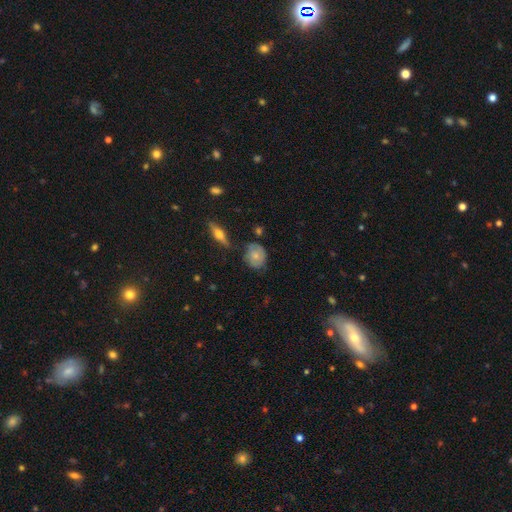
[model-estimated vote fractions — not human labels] Overall: smooth (56%; featured or disk 36%). How rounded: round (64%; in between 34%). Merging: none (60%; minor disturbance 28%).